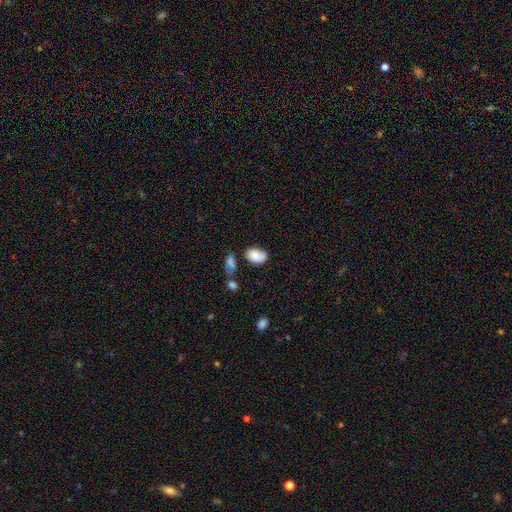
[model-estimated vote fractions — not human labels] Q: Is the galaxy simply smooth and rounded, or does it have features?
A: smooth — 82%.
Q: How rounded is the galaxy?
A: in between — 83%.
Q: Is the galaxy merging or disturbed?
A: none — 51%.